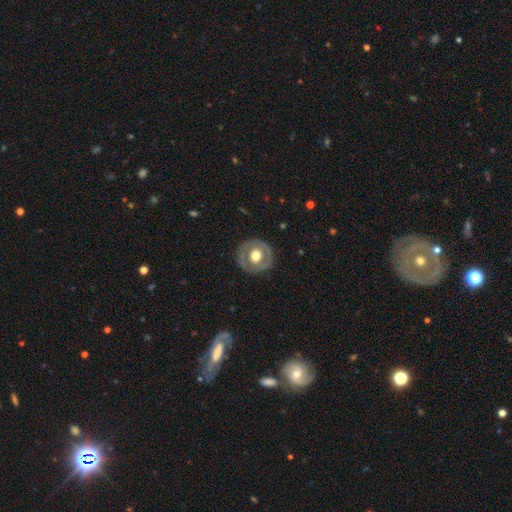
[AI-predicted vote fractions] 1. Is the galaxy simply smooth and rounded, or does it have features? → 55% featured or disk, 40% smooth, 5% star or artifact.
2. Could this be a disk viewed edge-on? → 95% no, 5% yes.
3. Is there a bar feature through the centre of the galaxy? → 78% no, 17% weak, 5% strong.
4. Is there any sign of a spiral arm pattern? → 84% no, 16% yes.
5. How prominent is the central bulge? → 54% moderate, 40% large, 3% small, 2% dominant, 1% none.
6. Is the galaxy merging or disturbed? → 84% none, 11% minor disturbance, 4% major disturbance, 1% merger.